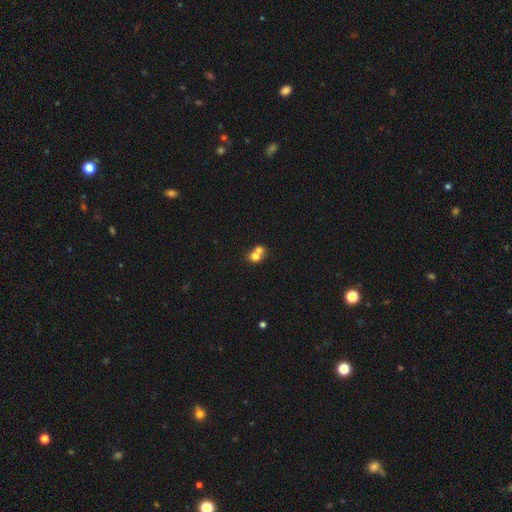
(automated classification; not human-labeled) smooth_or_featured: smooth (p=0.71) [alt: featured or disk p=0.18]
how_rounded: round (p=0.71) [alt: in between p=0.29]
merging: merger (p=0.64) [alt: none p=0.28]